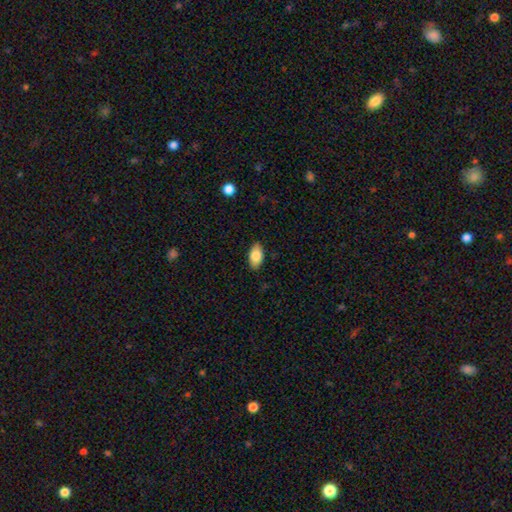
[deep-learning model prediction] smooth_or_featured: smooth (p=0.83) [alt: featured or disk p=0.11]
how_rounded: in between (p=0.94) [alt: round p=0.04]
merging: none (p=0.87) [alt: minor disturbance p=0.10]